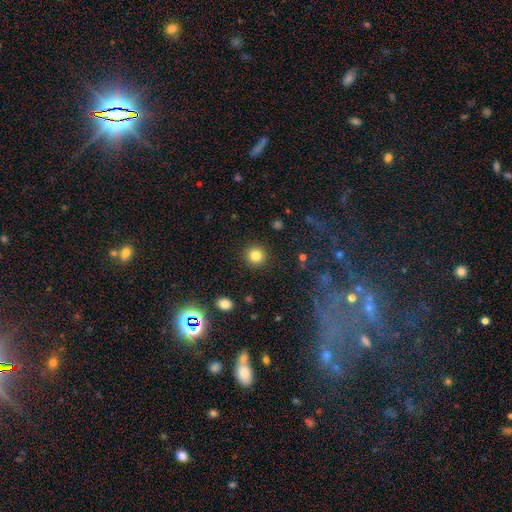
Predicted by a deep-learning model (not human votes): smooth-or-featured: smooth: 83% | star or artifact: 11% | featured or disk: 6%
  how-rounded: round: 93% | in between: 6% | cigar-shaped: 1%
  merging: none: 91% | minor disturbance: 5% | major disturbance: 2% | merger: 1%